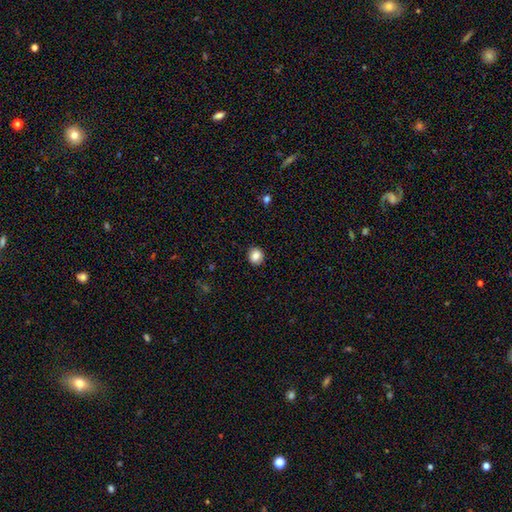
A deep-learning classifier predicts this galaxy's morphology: Smooth or featured: smooth — 86% (star or artifact — 9%)
How rounded: round — 84% (in between — 15%)
Merging: none — 91% (minor disturbance — 7%)